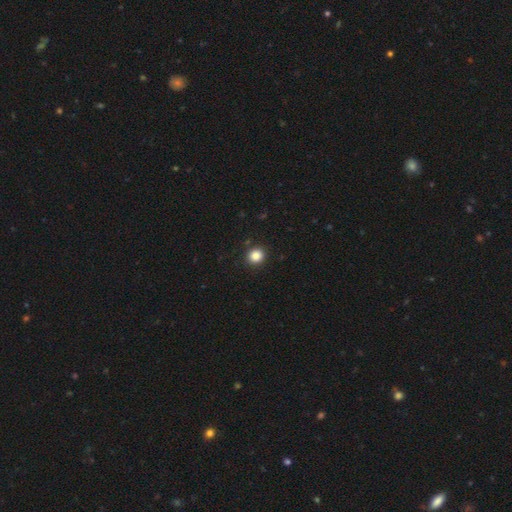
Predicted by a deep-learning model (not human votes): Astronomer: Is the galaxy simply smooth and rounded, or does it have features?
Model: smooth — 85%.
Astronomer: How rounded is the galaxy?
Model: round — 87%.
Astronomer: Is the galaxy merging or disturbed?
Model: none — 91%.